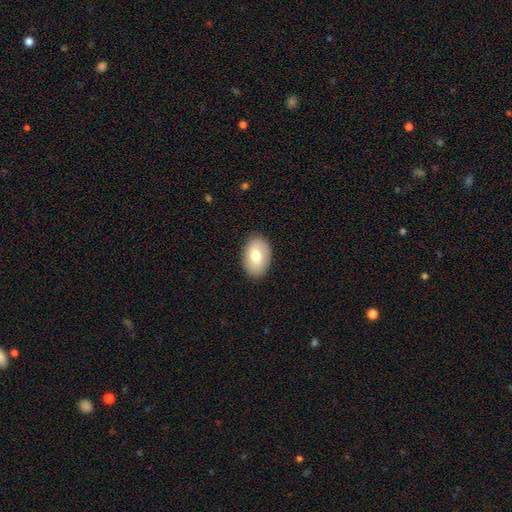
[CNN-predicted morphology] A smooth galaxy with no disk features (73%) that is in between round and cigar-shaped (86%). Merging: none (87%).